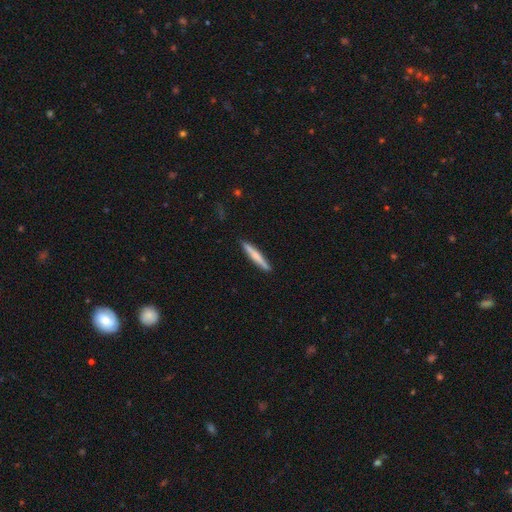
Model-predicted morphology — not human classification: Smooth or featured? smooth (66%)
How rounded? cigar-shaped (95%)
Merging? none (90%)